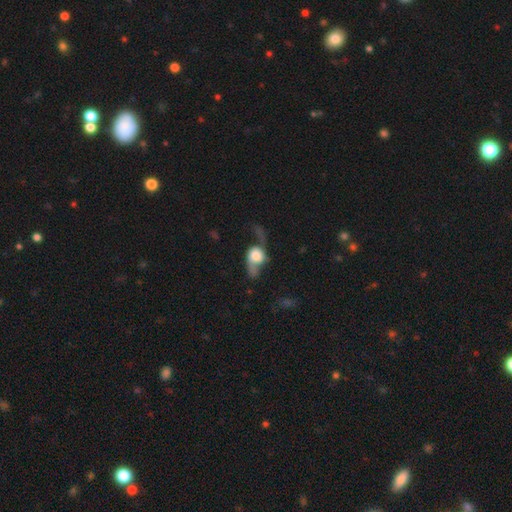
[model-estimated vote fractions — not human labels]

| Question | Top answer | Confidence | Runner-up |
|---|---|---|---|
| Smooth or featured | featured or disk | 55% | smooth (37%) |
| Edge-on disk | no | 83% | yes (17%) |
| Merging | major disturbance | 40% | none (33%) |